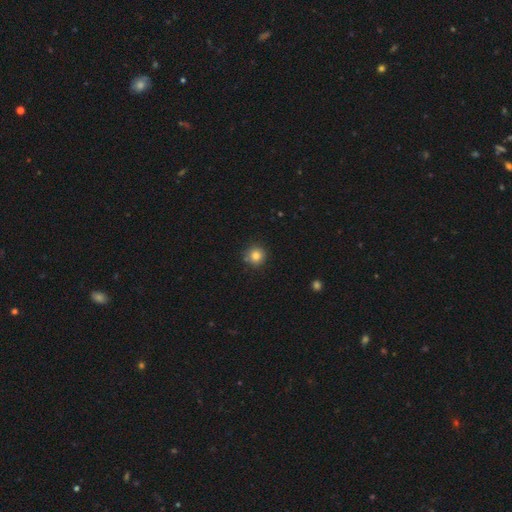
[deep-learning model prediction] Morphology: type=smooth (82%); roundness=round (94%); merging=none (86%).